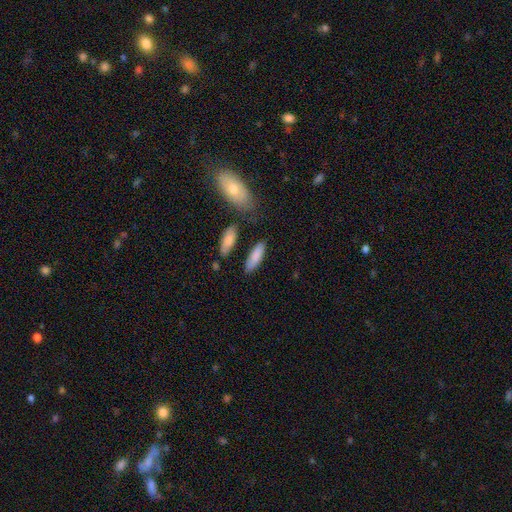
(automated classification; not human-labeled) A smooth galaxy with no disk features (84%) that is in between round and cigar-shaped (50%).

Vote fractions:
- Smooth or featured? smooth: 84% / featured or disk: 10% / star or artifact: 6%
- How rounded? in between: 50% / cigar-shaped: 48% / round: 2%
- Merging? none: 75% / minor disturbance: 15% / merger: 6% / major disturbance: 4%